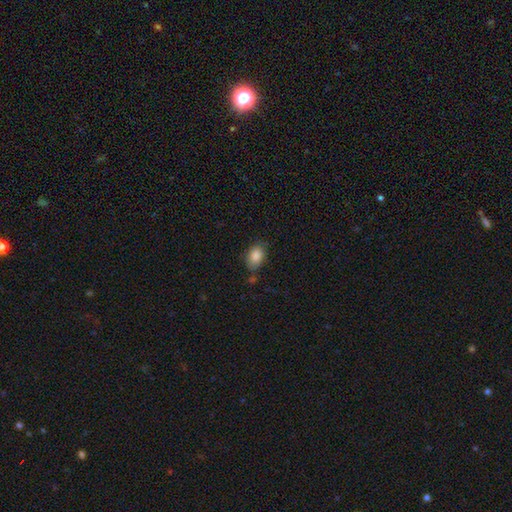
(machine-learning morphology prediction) This is clearly a smooth galaxy (86%). How rounded: clearly in between (82%). Merging: likely none (70%).